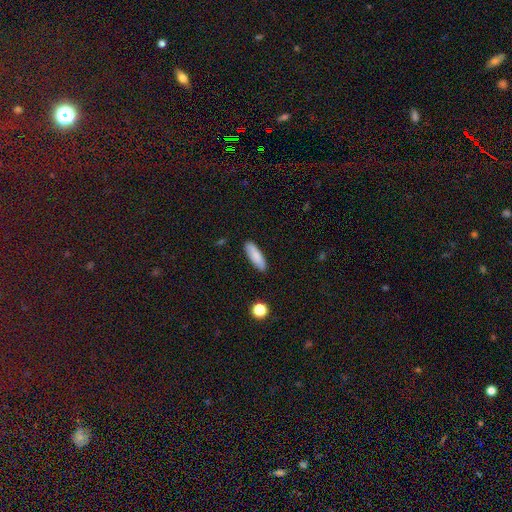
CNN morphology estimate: smooth 84%, featured or disk 9%, star or artifact 6%. Down the decision tree: how rounded — cigar-shaped (54%); merging — none (88%).